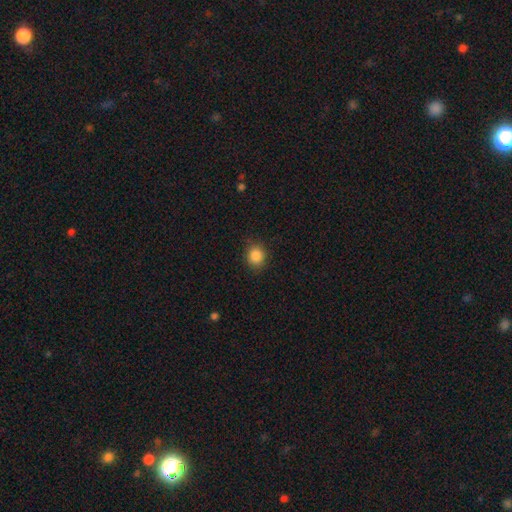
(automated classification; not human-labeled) This is clearly a smooth galaxy (87%). How rounded: likely round (73%). Merging: clearly none (87%).